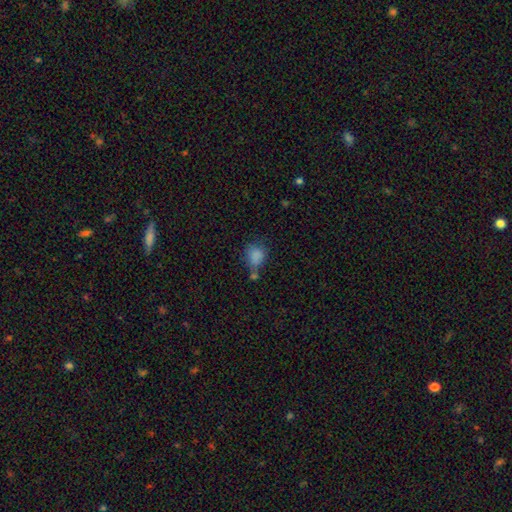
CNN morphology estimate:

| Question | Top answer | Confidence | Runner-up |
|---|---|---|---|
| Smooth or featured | smooth | 80% | star or artifact (12%) |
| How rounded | round | 50% | in between (48%) |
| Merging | none | 44% | minor disturbance (24%) |